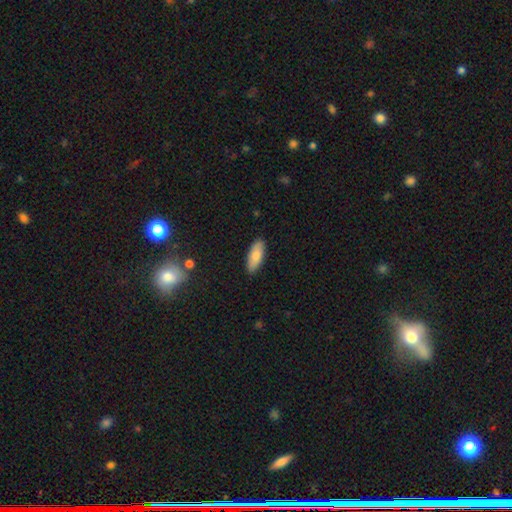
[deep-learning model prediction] A smooth galaxy with no disk features (81%) that is in between round and cigar-shaped (79%).

Vote fractions:
- Smooth or featured? smooth: 81% / featured or disk: 13% / star or artifact: 6%
- How rounded? in between: 79% / cigar-shaped: 19% / round: 2%
- Merging? none: 87% / minor disturbance: 10% / major disturbance: 2% / merger: 1%